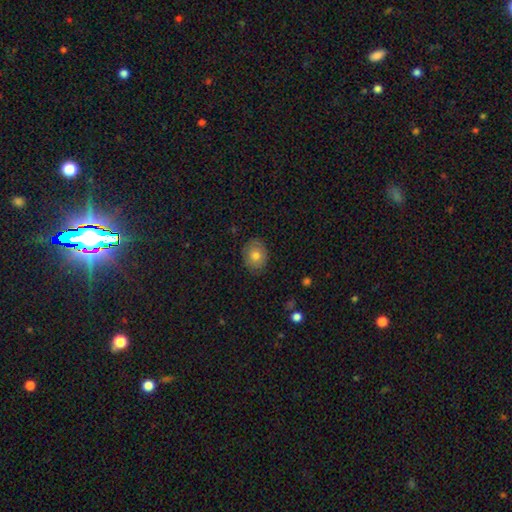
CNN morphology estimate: This appears to be a smooth galaxy with no disk features (76%) that is in between round and cigar-shaped (54%). Merging: none (85%).